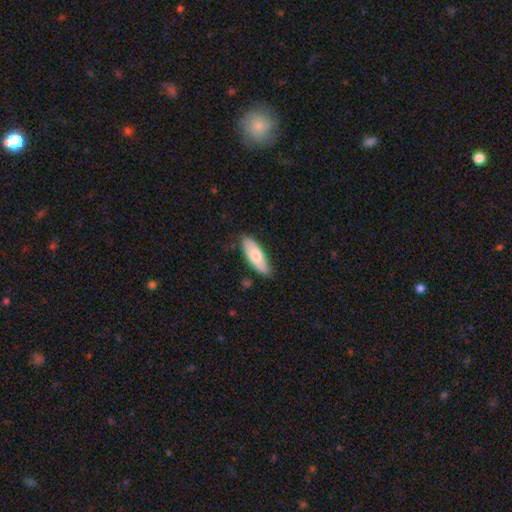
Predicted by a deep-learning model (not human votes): smooth_or_featured: smooth (p=0.69) [alt: featured or disk p=0.26]
how_rounded: in between (p=0.71) [alt: cigar-shaped p=0.27]
merging: none (p=0.81) [alt: minor disturbance p=0.15]